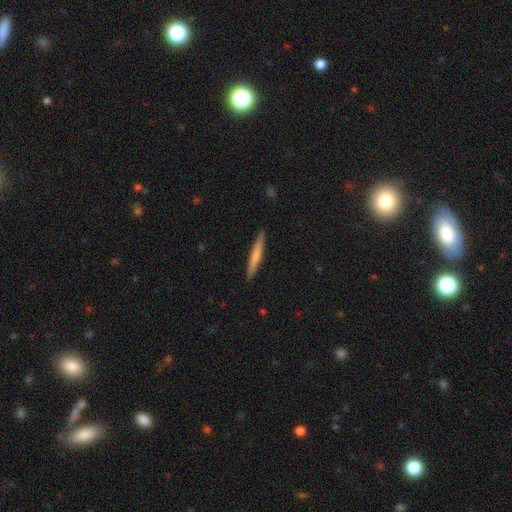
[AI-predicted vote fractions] A smooth galaxy with no disk features (61%) that is cigar-shaped (96%). Merging: none (92%).